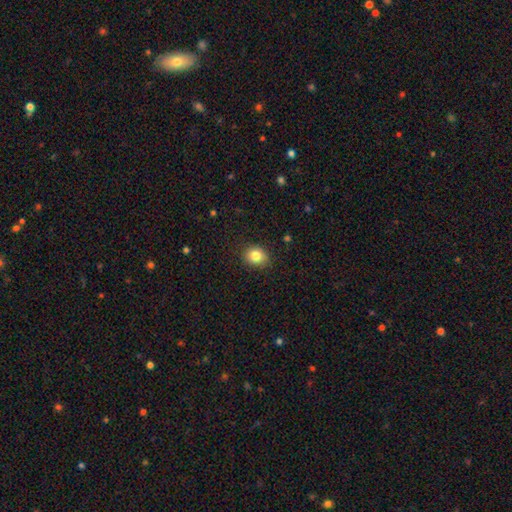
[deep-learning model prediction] smooth 83%, star or artifact 10%, featured or disk 7%. Down the decision tree: how rounded — round (63%); merging — none (87%).